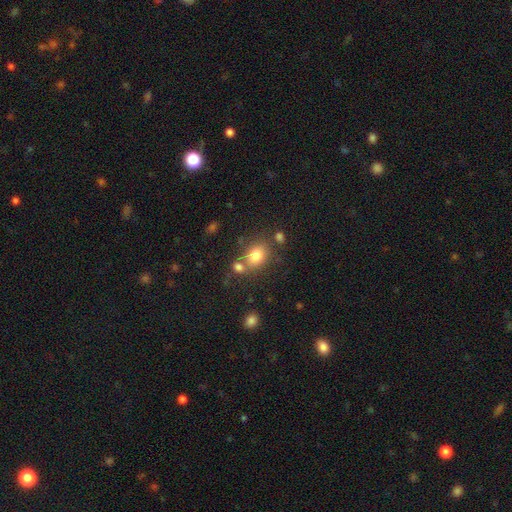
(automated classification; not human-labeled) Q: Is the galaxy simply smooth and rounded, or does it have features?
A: smooth — 79%.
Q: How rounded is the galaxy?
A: in between — 58%.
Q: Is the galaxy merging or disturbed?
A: none — 56%.